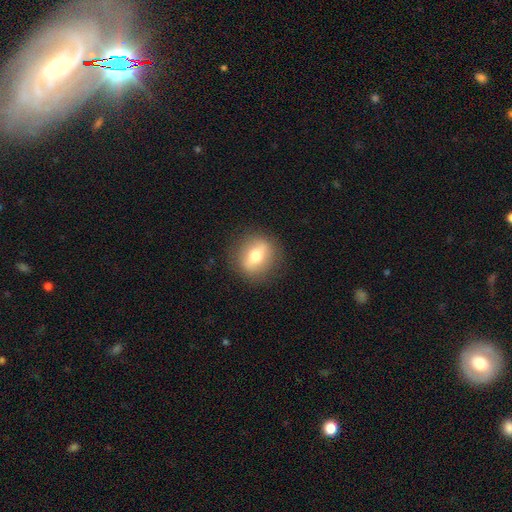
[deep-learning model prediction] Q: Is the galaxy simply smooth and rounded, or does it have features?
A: smooth — 53%.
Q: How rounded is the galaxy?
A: round — 67%.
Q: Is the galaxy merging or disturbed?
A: none — 86%.